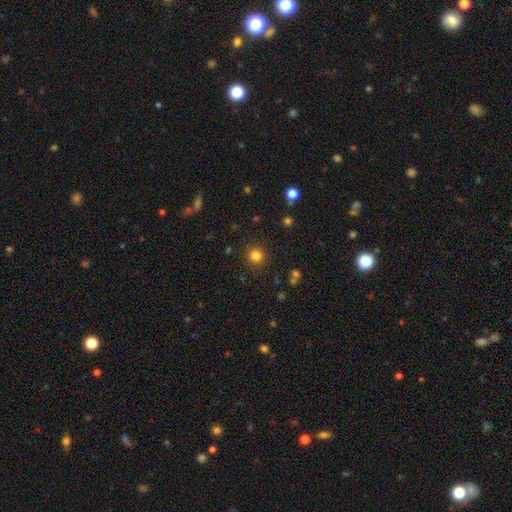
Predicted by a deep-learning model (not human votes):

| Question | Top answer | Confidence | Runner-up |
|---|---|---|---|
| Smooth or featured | smooth | 81% | star or artifact (14%) |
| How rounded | round | 93% | in between (6%) |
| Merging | none | 89% | minor disturbance (7%) |